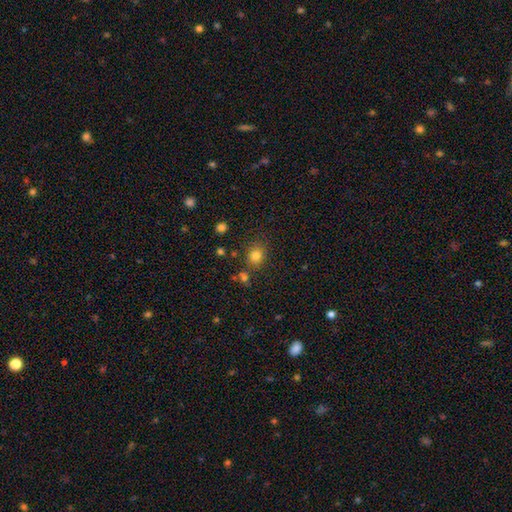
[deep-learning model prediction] Smooth or featured: smooth — 80% (star or artifact — 14%)
How rounded: round — 70% (in between — 29%)
Merging: none — 76% (minor disturbance — 12%)